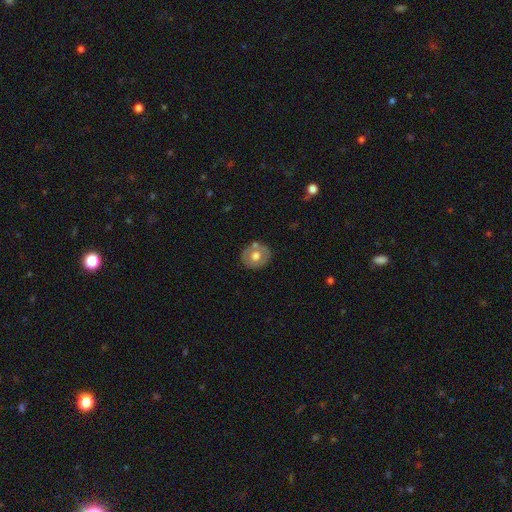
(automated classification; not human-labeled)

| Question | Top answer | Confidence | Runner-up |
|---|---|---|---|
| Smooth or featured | smooth | 57% | featured or disk (36%) |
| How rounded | round | 77% | in between (22%) |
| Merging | none | 76% | minor disturbance (12%) |